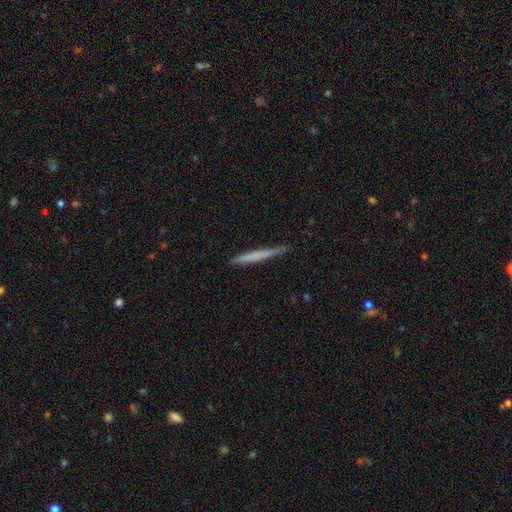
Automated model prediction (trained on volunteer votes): A smooth galaxy with no disk features (61%) that is cigar-shaped (97%). Merging: none (86%).